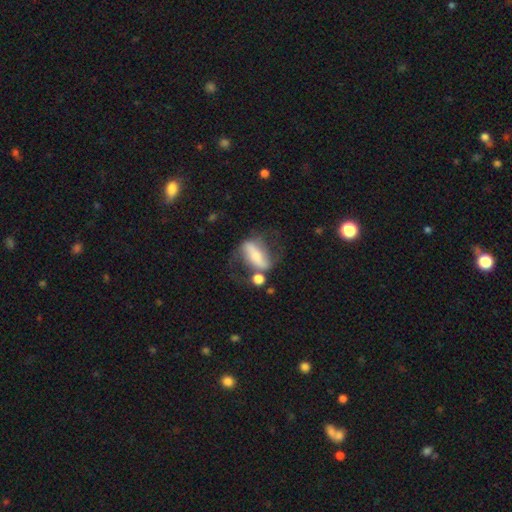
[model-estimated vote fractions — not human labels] Smooth or featured: featured or disk — 62% (smooth — 30%)
Edge-on disk: no — 84% (yes — 16%)
Bar: strong — 61% (no — 20%)
Spiral arms: yes — 72% (no — 28%)
Bulge size: small — 42% (moderate — 36%)
Merging: none — 44% (major disturbance — 21%)